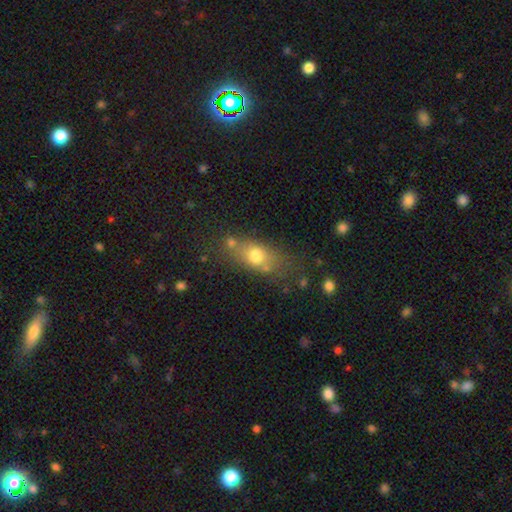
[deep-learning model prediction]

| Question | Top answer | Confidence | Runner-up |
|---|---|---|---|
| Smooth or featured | smooth | 70% | featured or disk (19%) |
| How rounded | in between | 65% | round (21%) |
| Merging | none | 61% | minor disturbance (19%) |